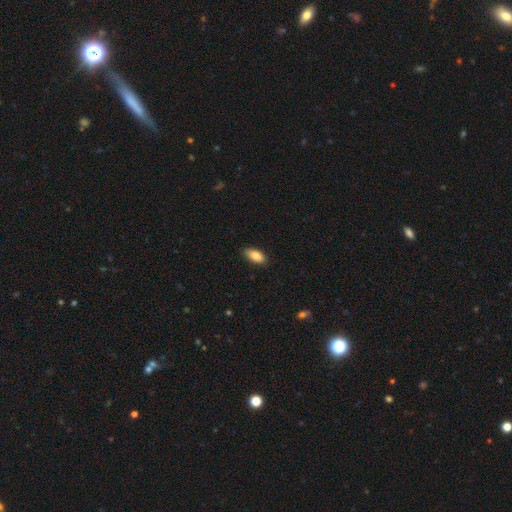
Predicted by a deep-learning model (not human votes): This is clearly a smooth galaxy (84%). How rounded: clearly in between (90%). Merging: clearly none (81%).